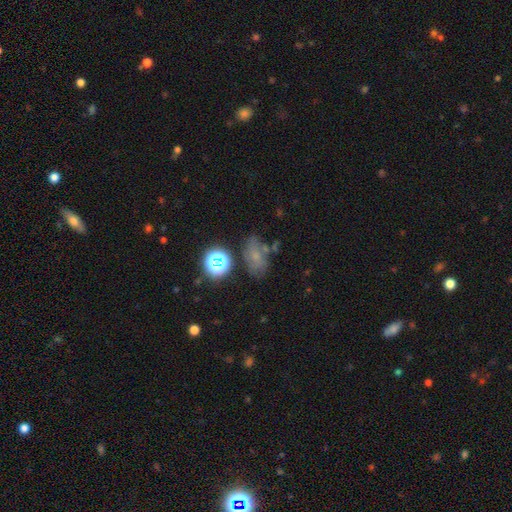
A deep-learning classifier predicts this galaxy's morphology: A smooth galaxy with no disk features (49%). Merging: none (56%).